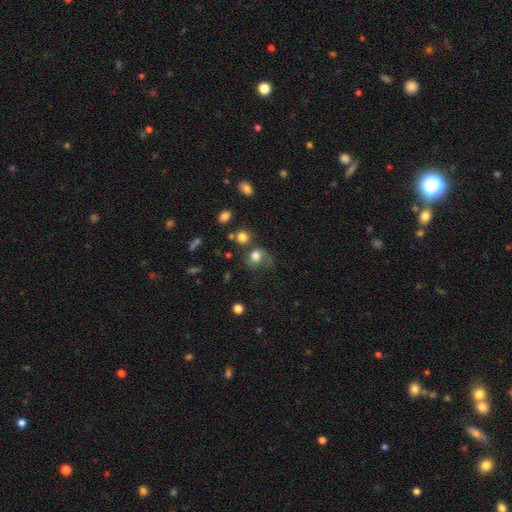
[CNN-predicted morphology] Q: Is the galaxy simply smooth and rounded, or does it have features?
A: smooth — 74%.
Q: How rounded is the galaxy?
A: round — 75%.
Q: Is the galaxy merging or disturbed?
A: none — 47%.